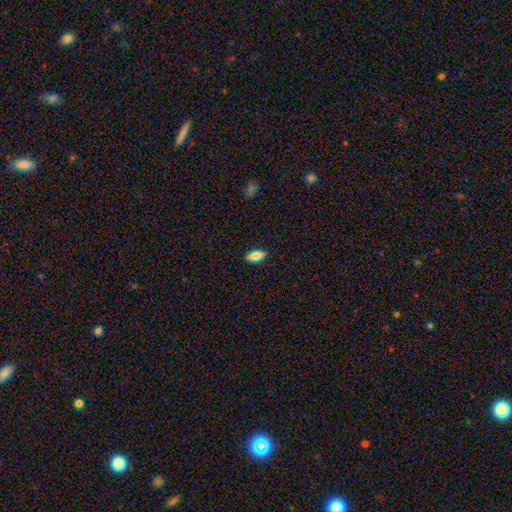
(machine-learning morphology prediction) A smooth galaxy with no disk features (80%) that is in between round and cigar-shaped (79%).

Vote fractions:
- Smooth or featured? smooth: 80% / featured or disk: 13% / star or artifact: 7%
- How rounded? in between: 79% / cigar-shaped: 18% / round: 3%
- Merging? none: 88% / minor disturbance: 9% / major disturbance: 2% / merger: 1%